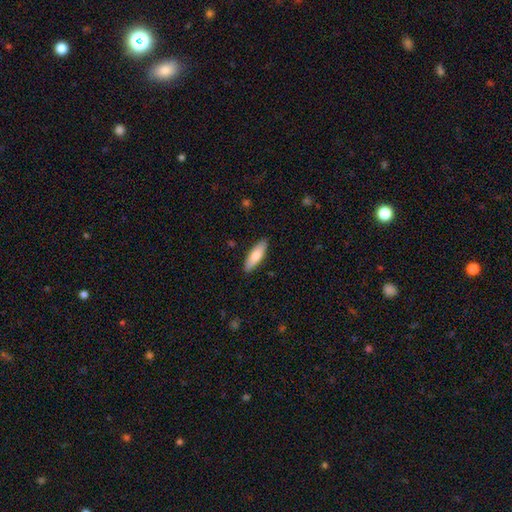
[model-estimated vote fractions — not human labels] Q: Smooth or featured?
A: smooth (78%); runner-up: featured or disk (17%)
Q: How rounded?
A: cigar-shaped (49%); tied with: in between (49%)
Q: Merging?
A: none (88%); runner-up: minor disturbance (9%)